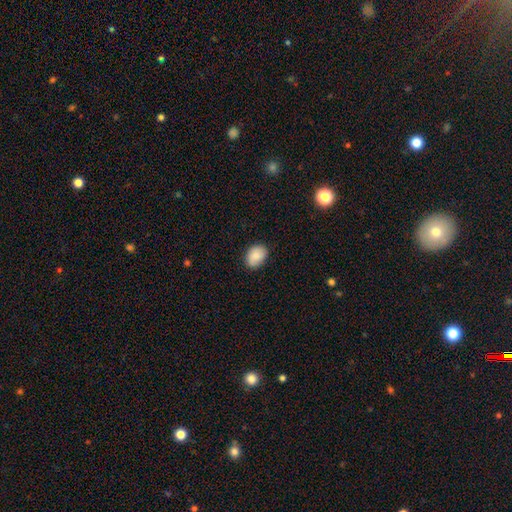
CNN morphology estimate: smooth-or-featured: smooth: 86% | featured or disk: 7% | star or artifact: 7%
  how-rounded: in between: 74% | round: 25% | cigar-shaped: 1%
  merging: none: 83% | minor disturbance: 14% | major disturbance: 2% | merger: 1%